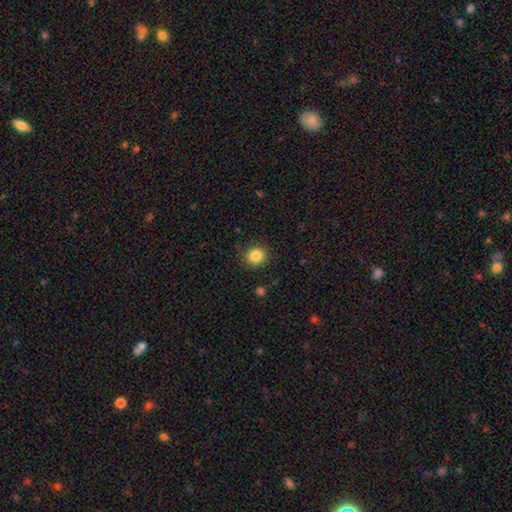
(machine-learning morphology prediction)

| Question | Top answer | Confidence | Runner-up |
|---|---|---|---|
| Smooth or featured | smooth | 86% | star or artifact (10%) |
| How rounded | round | 86% | in between (13%) |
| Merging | none | 89% | minor disturbance (7%) |